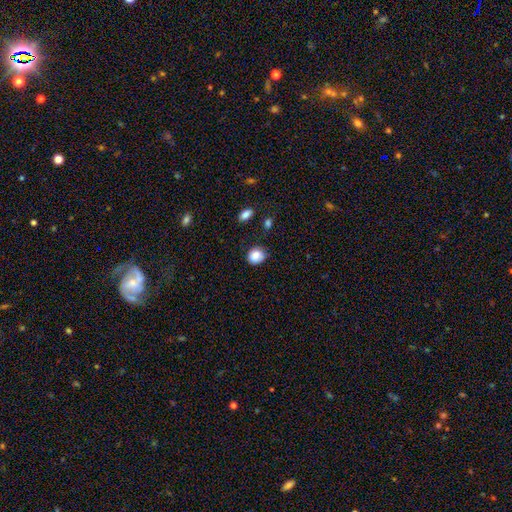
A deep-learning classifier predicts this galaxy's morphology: Smooth or featured? Predicted: smooth (p=0.86). How rounded? Predicted: round (p=0.72). Merging? Predicted: none (p=0.76).